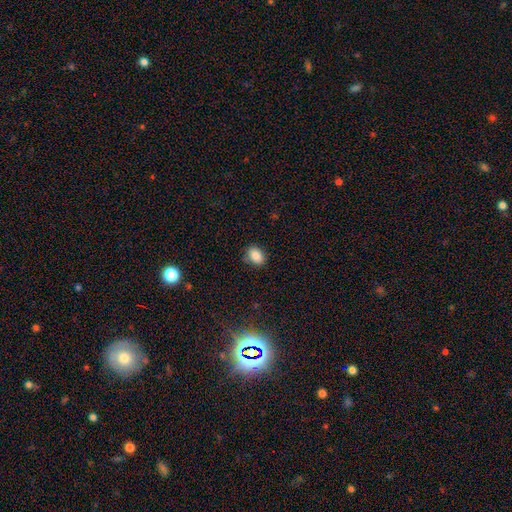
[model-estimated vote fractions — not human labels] Morphology: type=smooth (86%); roundness=in between (73%); merging=none (81%).